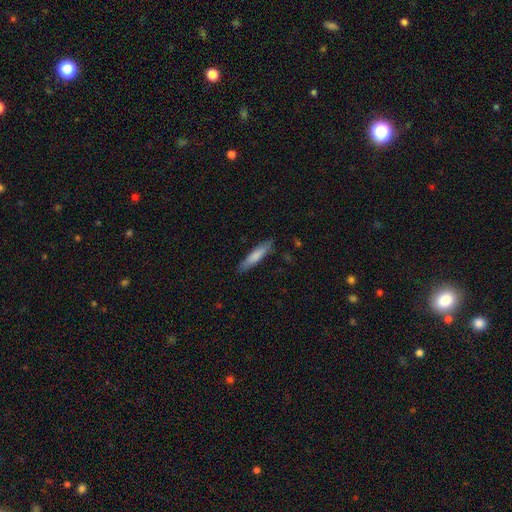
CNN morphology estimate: The model was most divided on "smooth or featured": smooth: 76%, featured or disk: 19%, star or artifact: 5%. More confident: how rounded — cigar-shaped (84%); merging — none (84%).